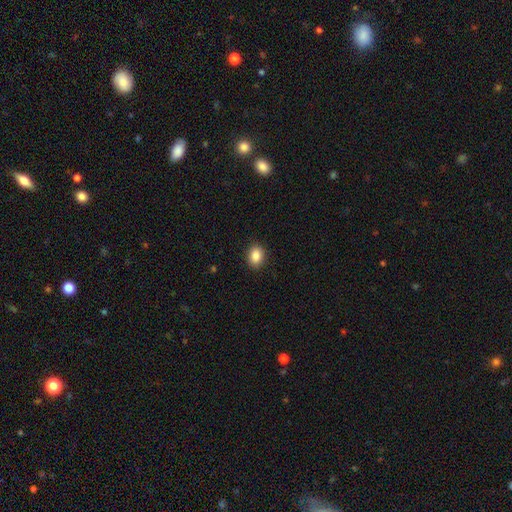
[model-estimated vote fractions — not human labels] Smooth or featured?
  - smooth: 87% *
  - star or artifact: 9%
  - featured or disk: 4%
How rounded?
  - in between: 61% *
  - round: 38%
  - cigar-shaped: 1%
Merging?
  - none: 90% *
  - minor disturbance: 7%
  - major disturbance: 2%
  - merger: 1%